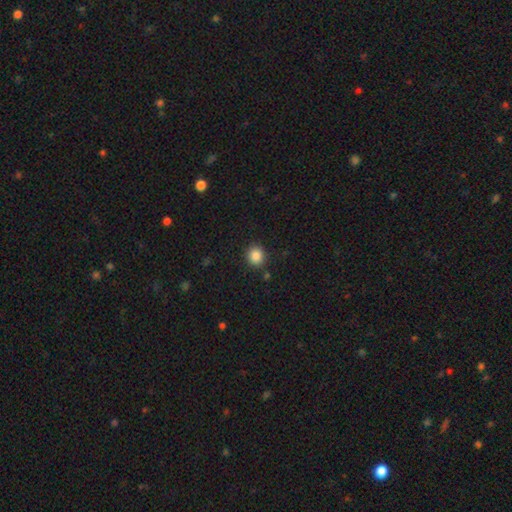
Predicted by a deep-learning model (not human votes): smooth-or-featured: smooth: 87% | star or artifact: 10% | featured or disk: 3%
  how-rounded: round: 82% | in between: 17% | cigar-shaped: 1%
  merging: none: 87% | minor disturbance: 8% | major disturbance: 3% | merger: 2%